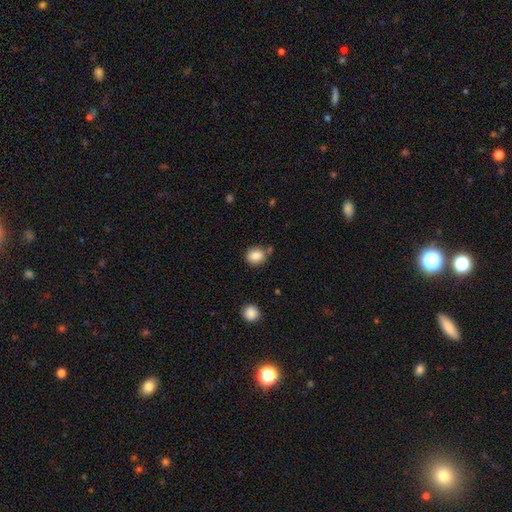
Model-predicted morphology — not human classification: type=smooth (85%); roundness=round (71%); merging=none (76%).